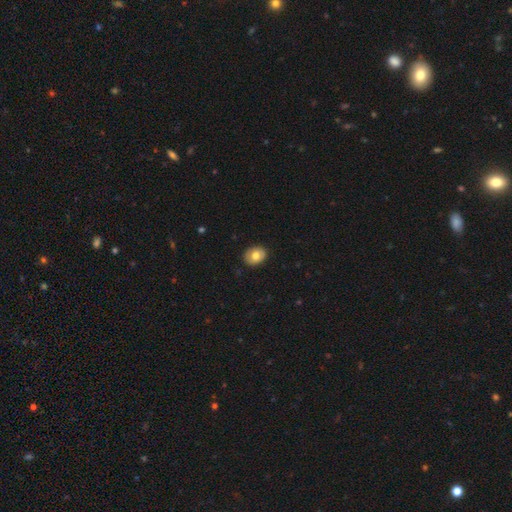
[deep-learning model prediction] This is likely a smooth galaxy (77%). How rounded: possibly in between (56%). Merging: clearly none (88%).